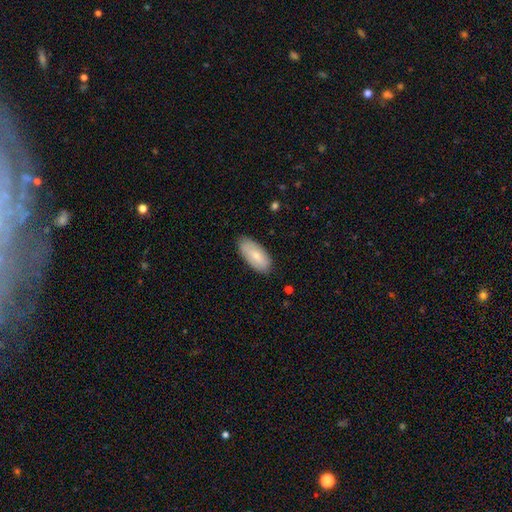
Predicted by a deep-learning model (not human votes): Morphology: type=smooth (72%); roundness=in between (90%); merging=none (80%).